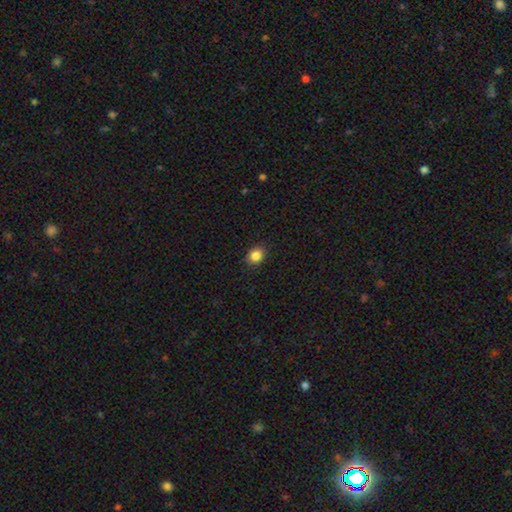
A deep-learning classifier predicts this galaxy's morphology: Q: Smooth or featured?
A: smooth (85%); runner-up: star or artifact (10%)
Q: How rounded?
A: round (60%); runner-up: in between (39%)
Q: Merging?
A: none (90%); runner-up: minor disturbance (7%)